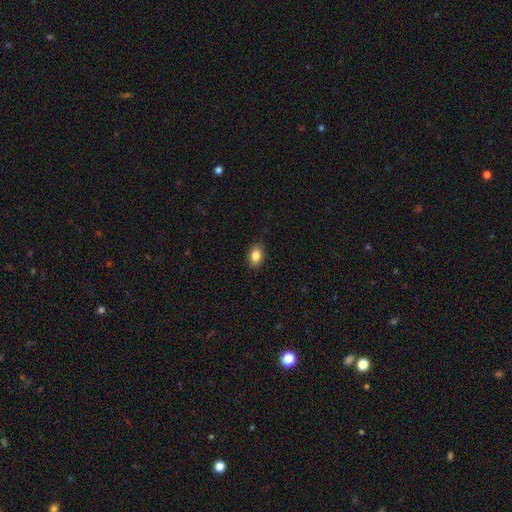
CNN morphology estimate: Overall: smooth (84%). How rounded: in between (86%). Merging: none (86%).